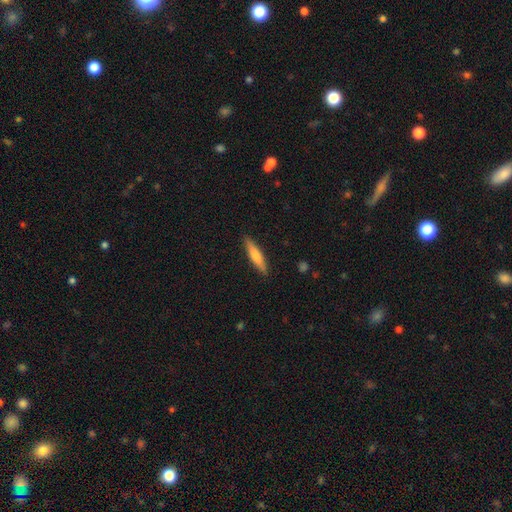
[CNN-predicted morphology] Smooth or featured: smooth — 67% (featured or disk — 28%)
How rounded: cigar-shaped — 84% (in between — 15%)
Merging: none — 89% (minor disturbance — 8%)